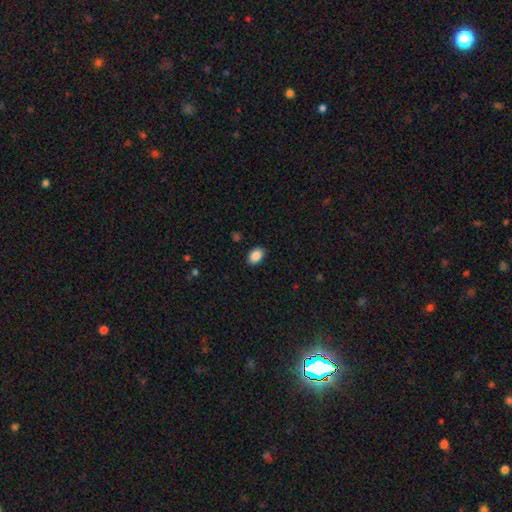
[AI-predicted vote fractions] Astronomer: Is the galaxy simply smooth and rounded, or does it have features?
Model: smooth — 89%.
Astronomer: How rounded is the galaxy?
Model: in between — 85%.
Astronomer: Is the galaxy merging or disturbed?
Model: none — 89%.